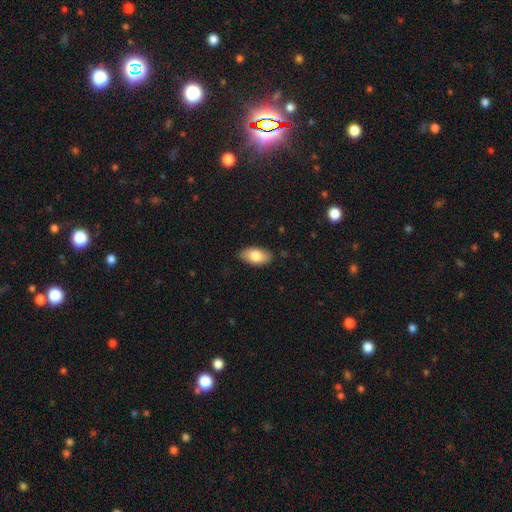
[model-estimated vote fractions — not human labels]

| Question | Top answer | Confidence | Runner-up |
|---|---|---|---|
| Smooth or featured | smooth | 80% | featured or disk (14%) |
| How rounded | in between | 92% | cigar-shaped (4%) |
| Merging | none | 85% | minor disturbance (11%) |